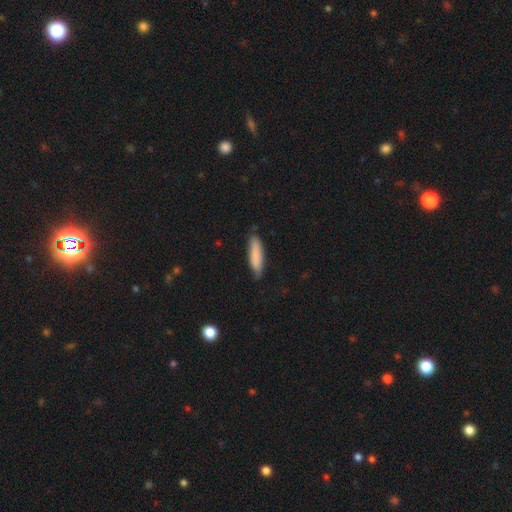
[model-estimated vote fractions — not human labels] smooth-or-featured: smooth: 84% | featured or disk: 10% | star or artifact: 6%
  how-rounded: cigar-shaped: 71% | in between: 28% | round: 1%
  merging: none: 78% | minor disturbance: 18% | major disturbance: 2% | merger: 1%